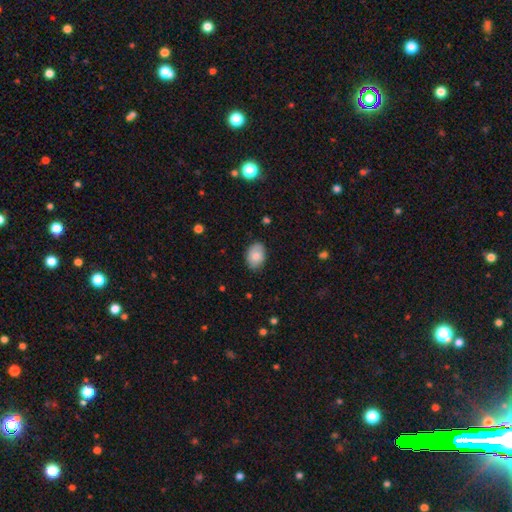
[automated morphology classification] Smooth or featured: smooth — 80% (featured or disk — 13%)
How rounded: in between — 82% (round — 17%)
Merging: none — 82% (minor disturbance — 15%)